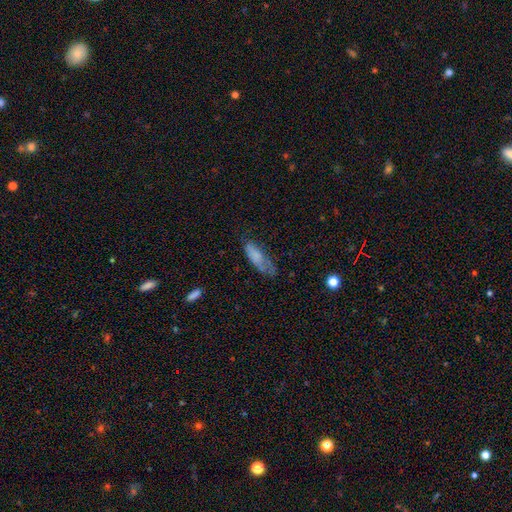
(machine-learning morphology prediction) This is likely a smooth galaxy (69%). How rounded: likely in between (61%). Merging: marginally none (37%).